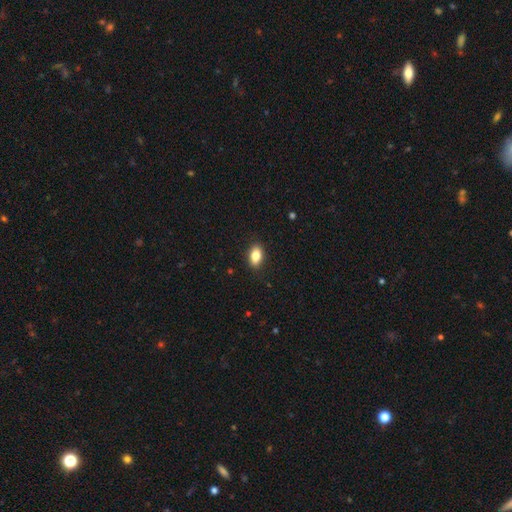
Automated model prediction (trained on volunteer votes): The model was most divided on "smooth or featured": smooth: 84%, star or artifact: 8%, featured or disk: 8%. More confident: how rounded — in between (89%); merging — none (89%).